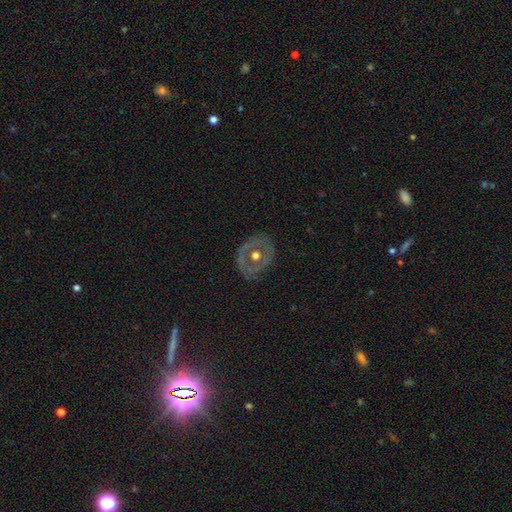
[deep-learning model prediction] A featured or disk galaxy (56%) with no bar (89%), no spiral arms (88%) and a moderate central bulge (81%). Merging: none (77%).